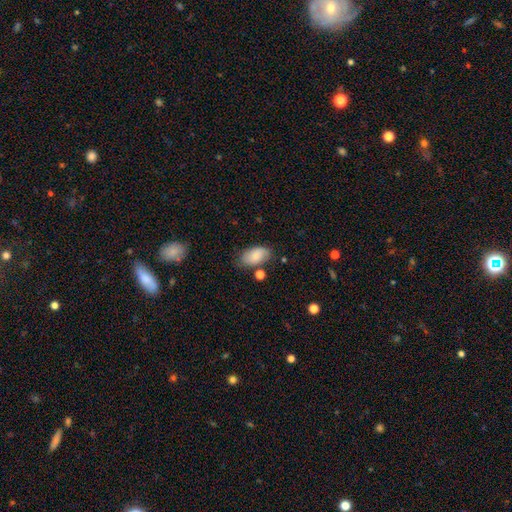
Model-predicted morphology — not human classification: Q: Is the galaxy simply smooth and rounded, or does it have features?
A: smooth — 74%.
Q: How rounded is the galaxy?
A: in between — 92%.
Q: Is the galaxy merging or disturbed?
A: none — 67%.